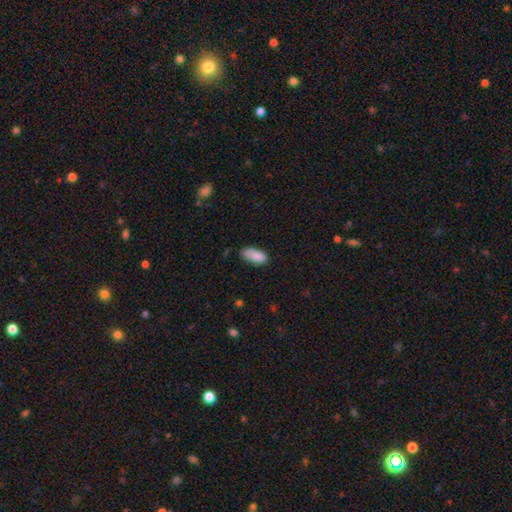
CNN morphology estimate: Smooth or featured?
  - smooth: 86% *
  - star or artifact: 7%
  - featured or disk: 7%
How rounded?
  - in between: 88% *
  - cigar-shaped: 10%
  - round: 2%
Merging?
  - none: 67% *
  - minor disturbance: 26%
  - major disturbance: 4%
  - merger: 2%